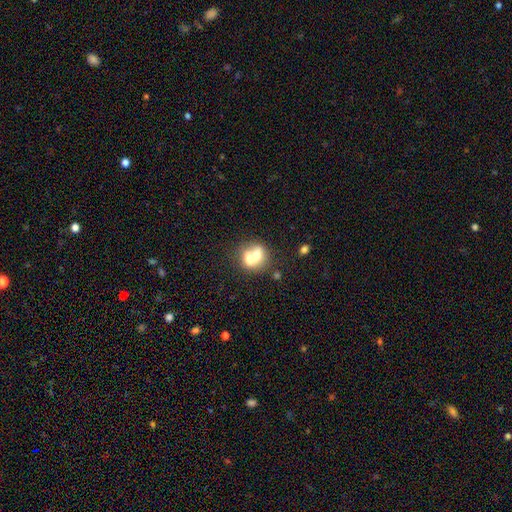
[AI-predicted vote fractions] Smooth or featured?
  - smooth: 61% *
  - featured or disk: 30%
  - star or artifact: 9%
How rounded?
  - round: 69% *
  - in between: 29%
  - cigar-shaped: 1%
Merging?
  - merger: 64% *
  - none: 25%
  - minor disturbance: 7%
  - major disturbance: 4%